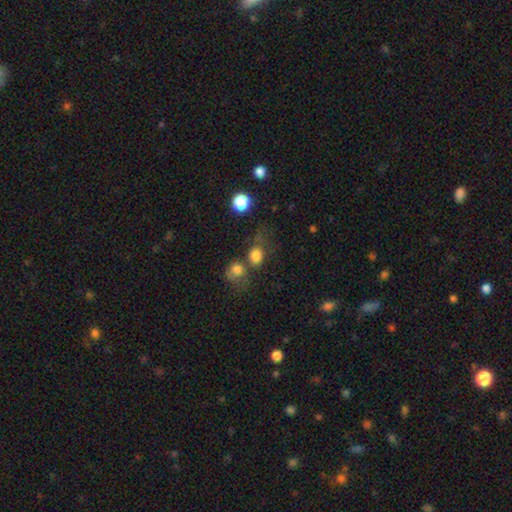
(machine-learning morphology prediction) Smooth or featured? smooth (80%)
How rounded? round (54%)
Merging? none (47%)